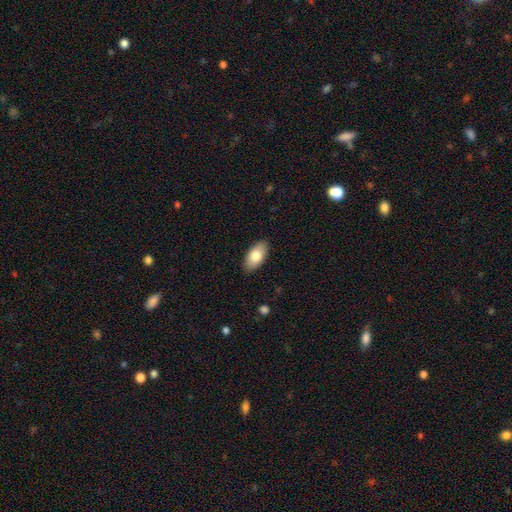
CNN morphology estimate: Smooth or featured: smooth — 79% (featured or disk — 15%)
How rounded: in between — 94% (cigar-shaped — 4%)
Merging: none — 88% (minor disturbance — 9%)